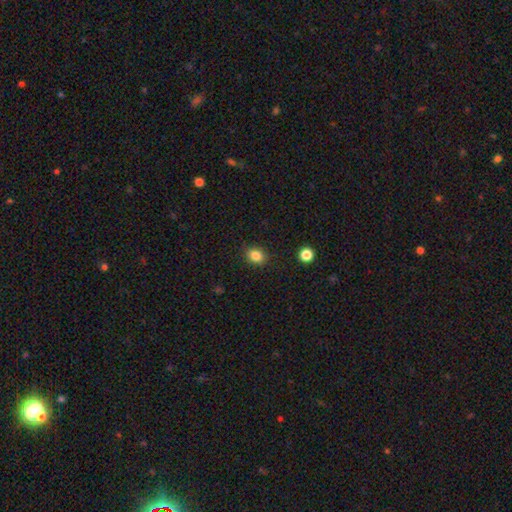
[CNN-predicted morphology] smooth 84%, star or artifact 11%, featured or disk 5%. Down the decision tree: how rounded — round (54%); merging — none (87%).